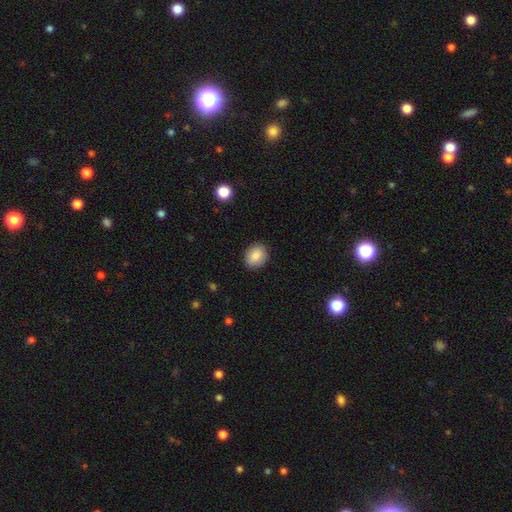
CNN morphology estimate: Smooth or featured: smooth — 87% (star or artifact — 8%)
How rounded: round — 52% (in between — 47%)
Merging: none — 88% (minor disturbance — 9%)